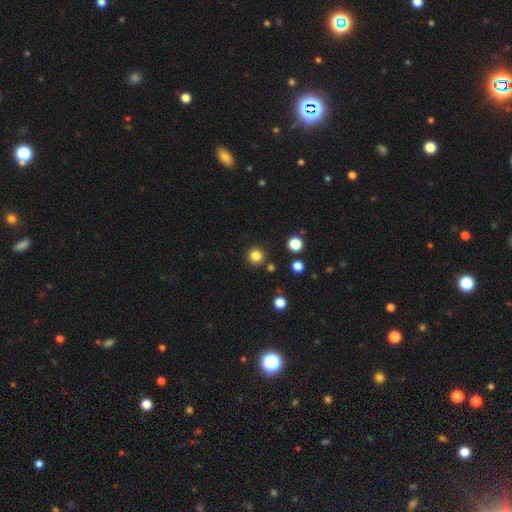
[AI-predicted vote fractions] smooth 83%, star or artifact 12%, featured or disk 4%. Down the decision tree: how rounded — round (95%); merging — none (89%).